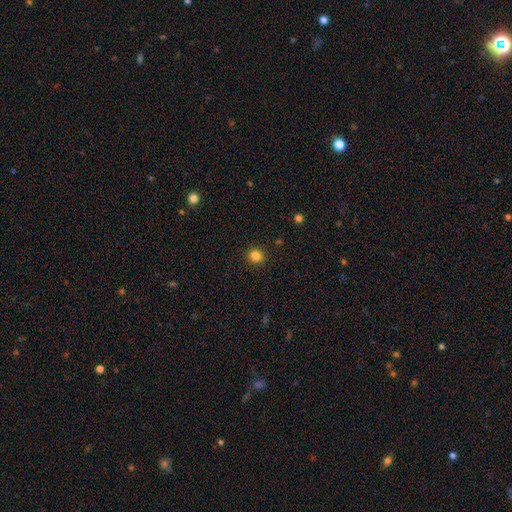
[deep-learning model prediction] Q: Smooth or featured?
A: smooth (84%); runner-up: star or artifact (12%)
Q: How rounded?
A: round (85%); runner-up: in between (14%)
Q: Merging?
A: none (91%); runner-up: minor disturbance (6%)